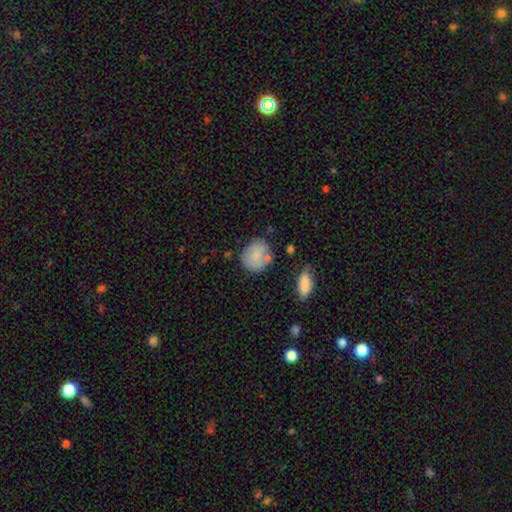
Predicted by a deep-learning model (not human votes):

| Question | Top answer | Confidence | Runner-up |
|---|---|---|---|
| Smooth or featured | smooth | 81% | featured or disk (11%) |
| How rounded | round | 69% | in between (30%) |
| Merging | none | 67% | minor disturbance (19%) |